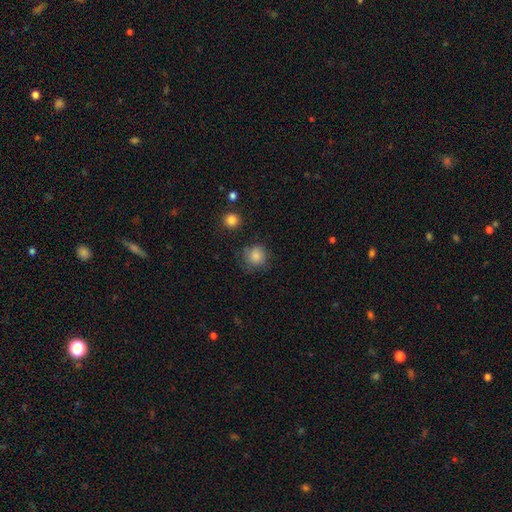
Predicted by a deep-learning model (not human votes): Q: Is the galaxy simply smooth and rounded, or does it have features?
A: smooth — 84%.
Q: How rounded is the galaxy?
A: round — 89%.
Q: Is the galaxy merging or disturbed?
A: none — 76%.